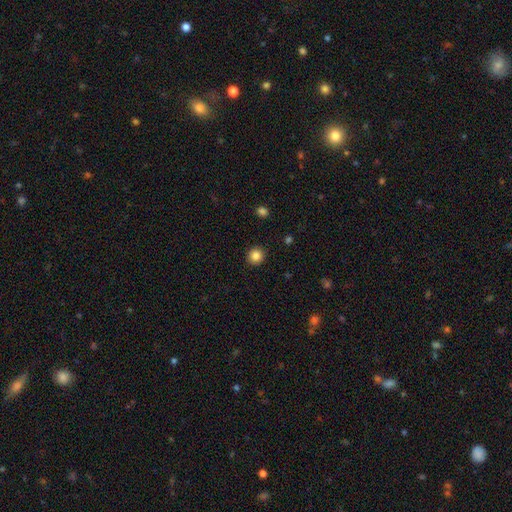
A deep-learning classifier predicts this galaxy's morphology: smooth 85%, star or artifact 11%, featured or disk 5%. Down the decision tree: how rounded — round (92%); merging — none (92%).